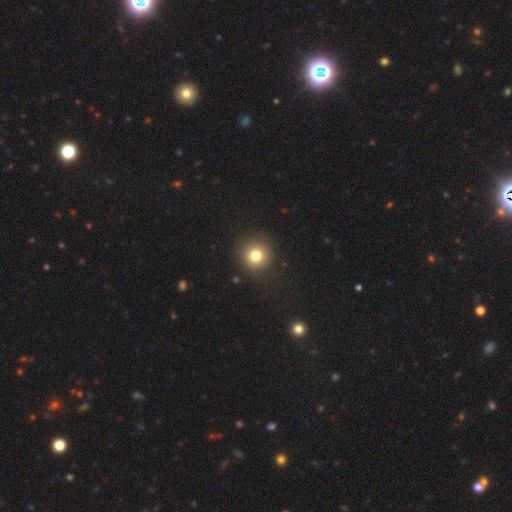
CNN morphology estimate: type=smooth (79%); roundness=round (93%); merging=none (88%).